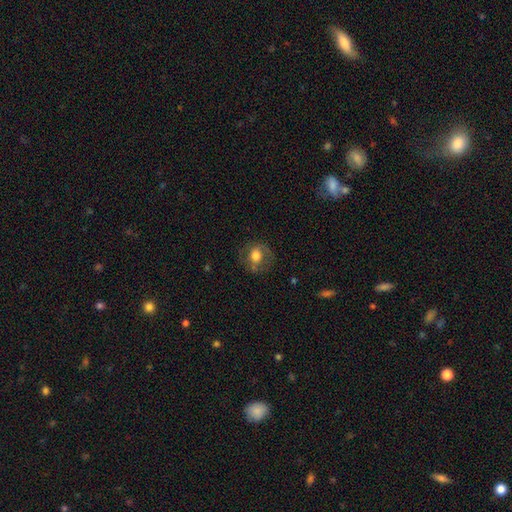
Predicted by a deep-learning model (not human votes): A smooth galaxy with no disk features (59%) that is round (67%).

Vote fractions:
- Smooth or featured? smooth: 59% / featured or disk: 33% / star or artifact: 9%
- How rounded? round: 67% / in between: 32% / cigar-shaped: 1%
- Merging? none: 65% / minor disturbance: 21% / major disturbance: 12% / merger: 2%